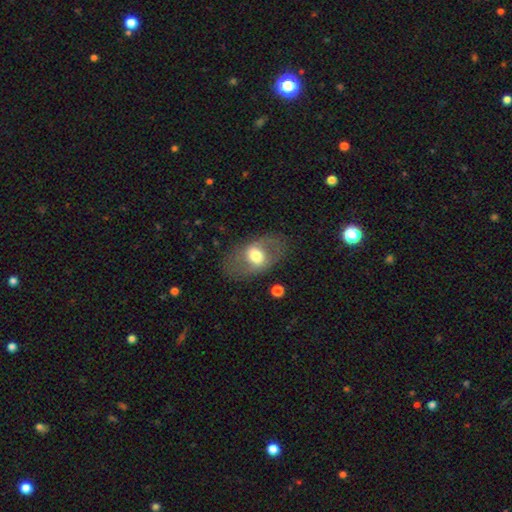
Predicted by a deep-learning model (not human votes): A featured or disk galaxy (49%).

Vote fractions:
- Smooth or featured? featured or disk: 49% / smooth: 44% / star or artifact: 8%
- Merging? none: 73% / minor disturbance: 15% / major disturbance: 10% / merger: 2%